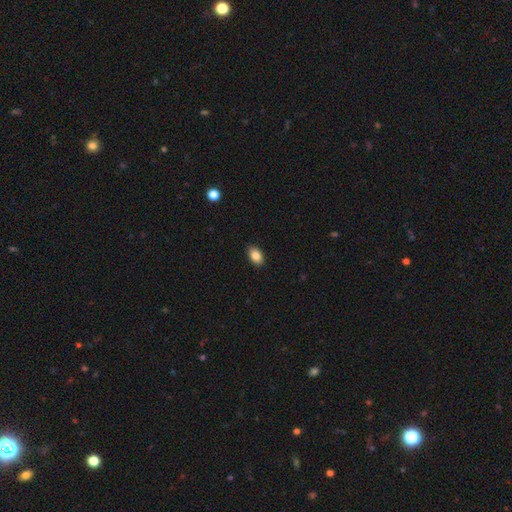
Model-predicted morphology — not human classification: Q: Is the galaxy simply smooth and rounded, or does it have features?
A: smooth — 86%.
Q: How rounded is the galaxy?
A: in between — 88%.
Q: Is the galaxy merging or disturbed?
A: none — 89%.